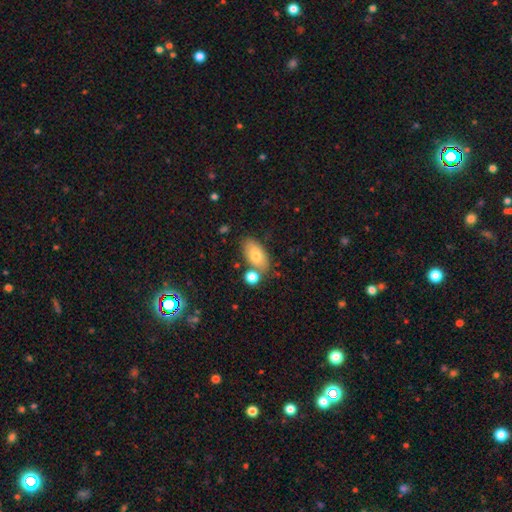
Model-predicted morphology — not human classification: Q: Smooth or featured?
A: smooth (74%); runner-up: featured or disk (18%)
Q: How rounded?
A: in between (90%); runner-up: round (6%)
Q: Merging?
A: none (67%); runner-up: merger (15%)